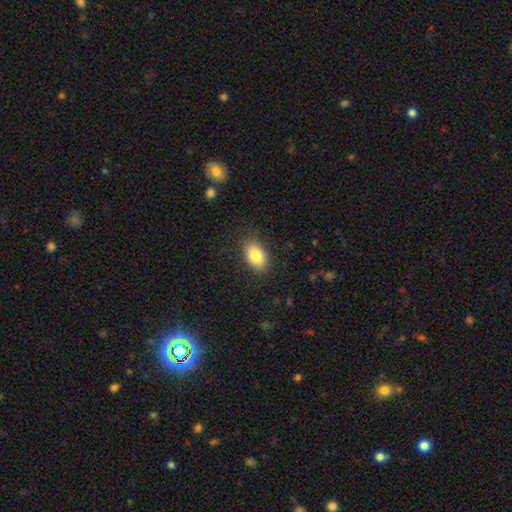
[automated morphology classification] Smooth or featured? smooth (83%)
How rounded? in between (86%)
Merging? none (85%)